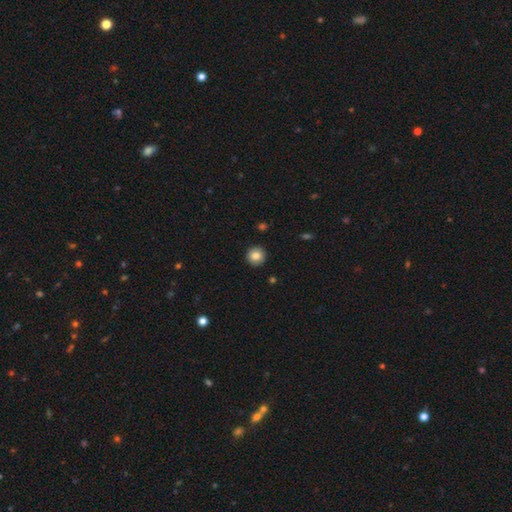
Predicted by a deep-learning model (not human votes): A smooth galaxy with no disk features (83%) that is round (94%).

Vote fractions:
- Smooth or featured? smooth: 83% / star or artifact: 9% / featured or disk: 8%
- How rounded? round: 94% / in between: 5% / cigar-shaped: 1%
- Merging? none: 92% / minor disturbance: 5% / major disturbance: 1% / merger: 1%